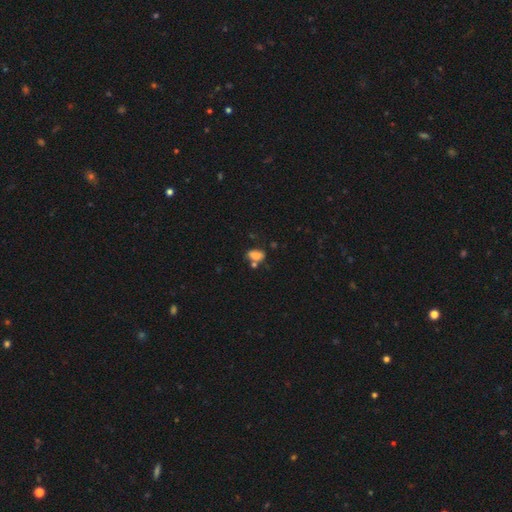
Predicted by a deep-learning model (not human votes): smooth 79%, featured or disk 11%, star or artifact 11%. Down the decision tree: how rounded — in between (86%); merging — none (52%).